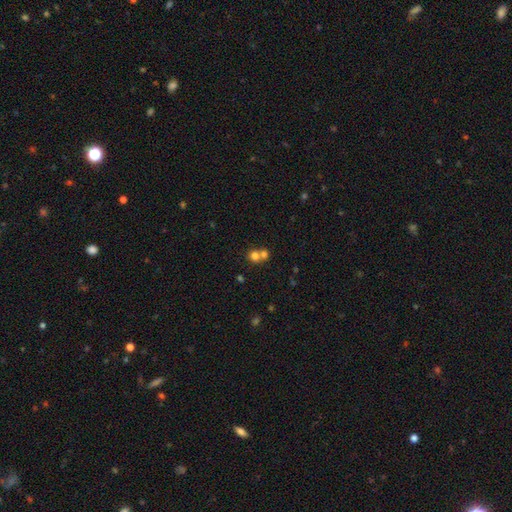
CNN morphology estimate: Q: Smooth or featured?
A: smooth (74%); runner-up: star or artifact (14%)
Q: How rounded?
A: round (85%); runner-up: in between (14%)
Q: Merging?
A: merger (55%); runner-up: none (38%)